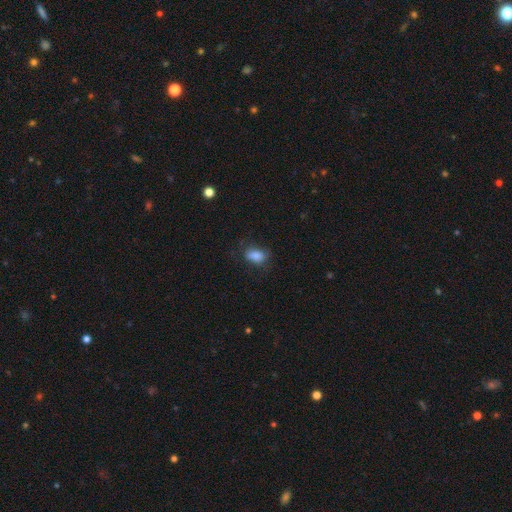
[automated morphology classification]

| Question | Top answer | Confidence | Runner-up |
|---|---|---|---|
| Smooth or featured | smooth | 83% | star or artifact (9%) |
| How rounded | in between | 83% | round (15%) |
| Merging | none | 64% | minor disturbance (23%) |